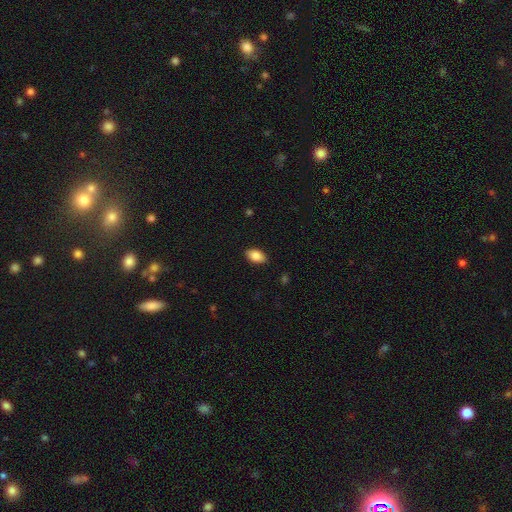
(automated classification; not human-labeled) Q: Smooth or featured?
A: smooth (88%); runner-up: star or artifact (7%)
Q: How rounded?
A: in between (90%); runner-up: round (8%)
Q: Merging?
A: none (86%); runner-up: minor disturbance (10%)